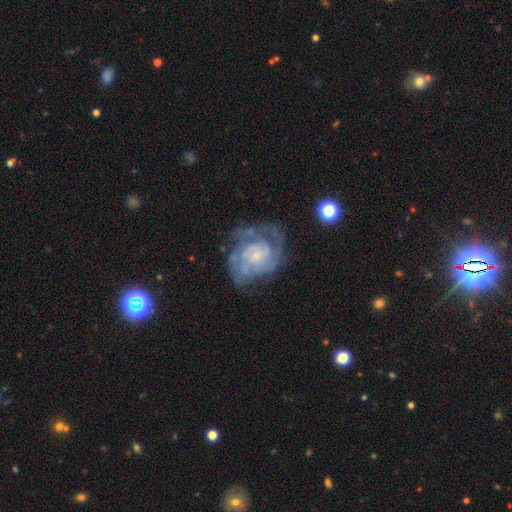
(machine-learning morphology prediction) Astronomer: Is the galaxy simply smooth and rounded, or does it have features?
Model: featured or disk — 85%.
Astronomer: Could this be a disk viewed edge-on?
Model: no — 98%.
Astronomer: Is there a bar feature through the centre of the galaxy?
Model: no — 76%.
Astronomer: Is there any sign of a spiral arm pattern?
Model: yes — 93%.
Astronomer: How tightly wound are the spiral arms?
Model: tight — 59%.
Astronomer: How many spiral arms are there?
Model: can't tell — 32% (runner-up: 2, 24%).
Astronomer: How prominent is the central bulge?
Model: small — 80%.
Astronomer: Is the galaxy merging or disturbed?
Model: none — 58%.